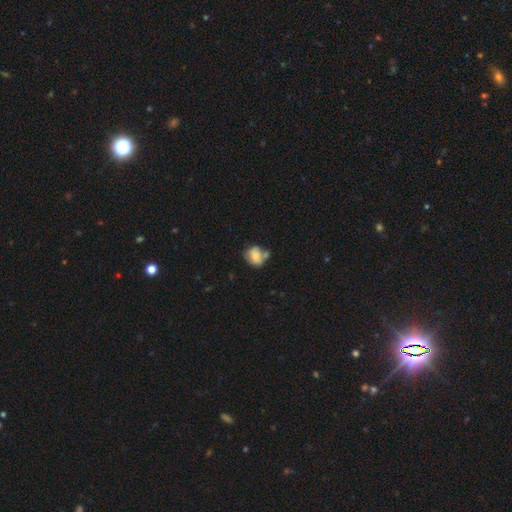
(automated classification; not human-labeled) Smooth or featured? smooth (74%)
How rounded? round (56%)
Merging? none (39%)